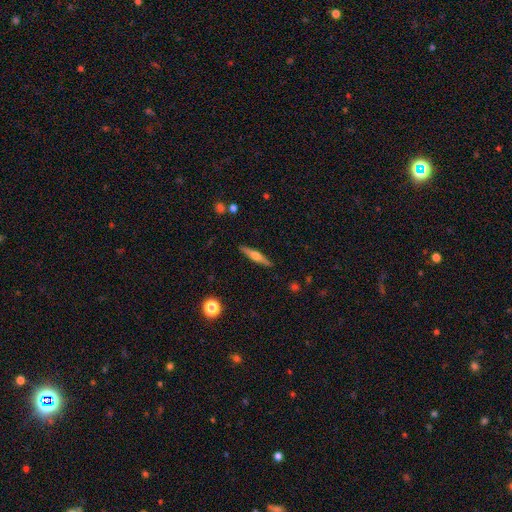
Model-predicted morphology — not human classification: A featured or disk galaxy (59%) viewed edge-on (96%) with a rounded central bulge (90%). Merging: none (90%).